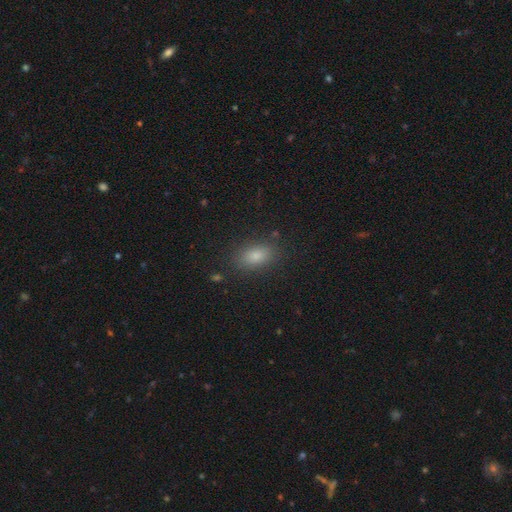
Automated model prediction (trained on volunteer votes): smooth-or-featured: smooth: 79% | star or artifact: 13% | featured or disk: 8%
  how-rounded: in between: 85% | round: 10% | cigar-shaped: 5%
  merging: none: 86% | minor disturbance: 9% | major disturbance: 3% | merger: 2%